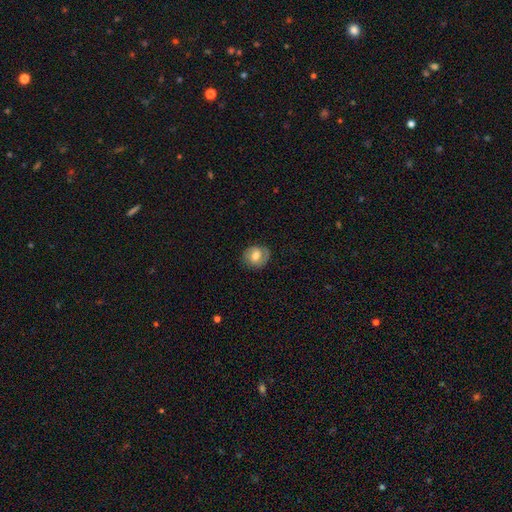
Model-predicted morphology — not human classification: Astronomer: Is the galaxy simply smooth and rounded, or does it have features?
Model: smooth — 52% (runner-up: featured or disk, 41%).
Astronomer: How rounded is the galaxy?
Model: round — 72%.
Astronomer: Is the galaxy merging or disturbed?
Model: none — 76%.